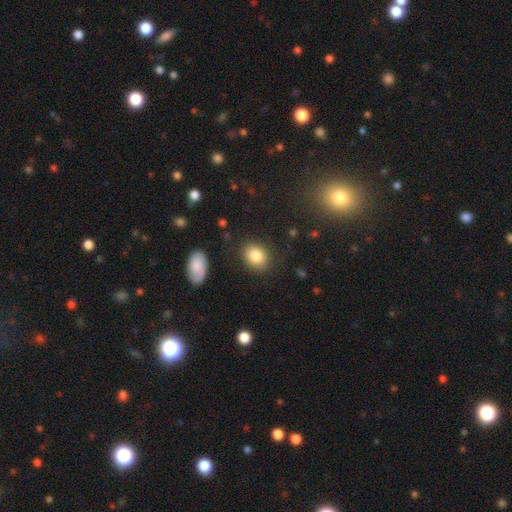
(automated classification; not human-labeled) A smooth galaxy with no disk features (84%) that is in between round and cigar-shaped (53%). Merging: none (84%).